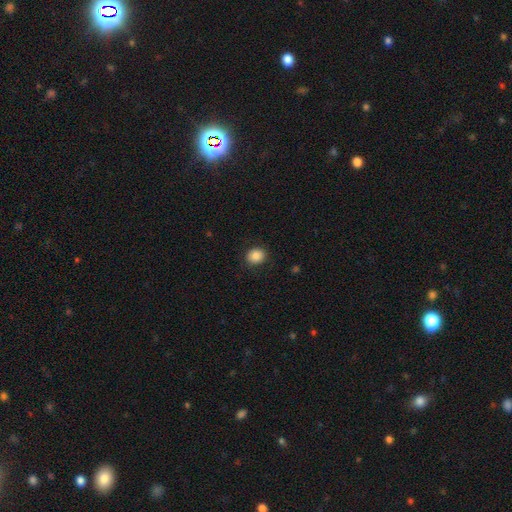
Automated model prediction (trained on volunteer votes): The model was most divided on "how rounded": round: 72%, in between: 27%, cigar-shaped: 1%. More confident: merging — none (88%); smooth or featured — smooth (86%).